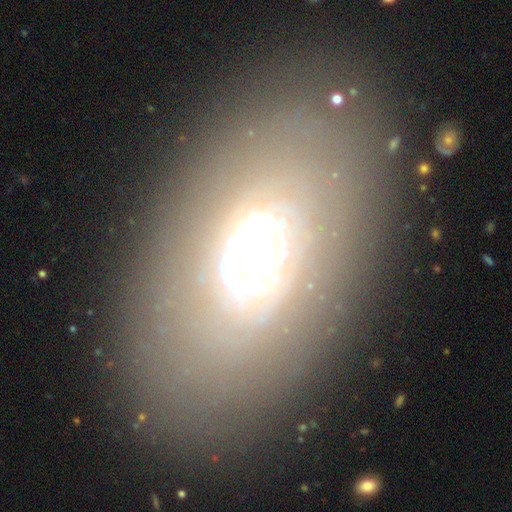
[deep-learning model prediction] Smooth or featured? featured or disk (57%)
Edge-on disk? no (91%)
Bar? no (78%)
Spiral arms? no (68%)
Bulge size? moderate (60%)
Merging? none (81%)